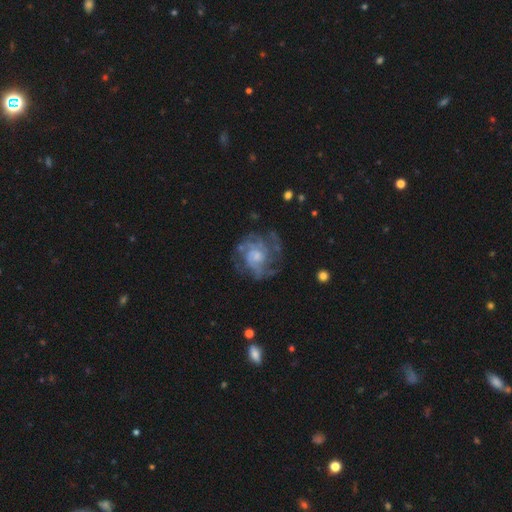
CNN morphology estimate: A featured or disk galaxy (76%) with no bar (75%), tight (47%) spiral arms (81%) and a moderate central bulge (37%). Merging: none (60%).